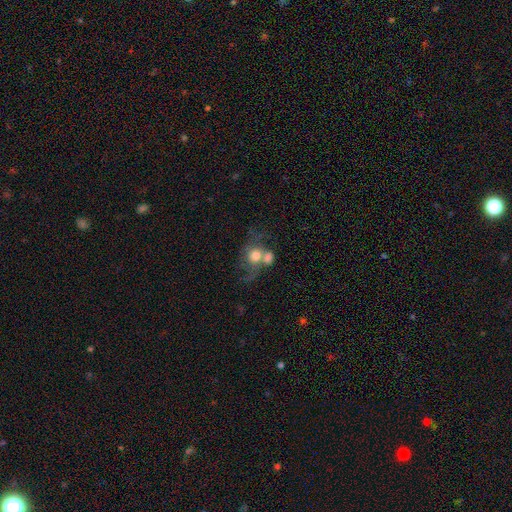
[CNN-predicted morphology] smooth 53%, featured or disk 37%, star or artifact 9%. Down the decision tree: how rounded — round (61%); merging — merger (59%).